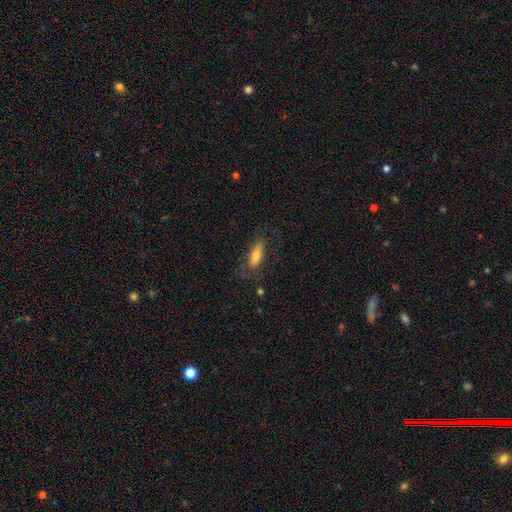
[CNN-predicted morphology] smooth_or_featured: smooth (p=0.66) [alt: featured or disk p=0.26]
how_rounded: in between (p=0.59) [alt: cigar-shaped p=0.38]
merging: none (p=0.64) [alt: minor disturbance p=0.21]